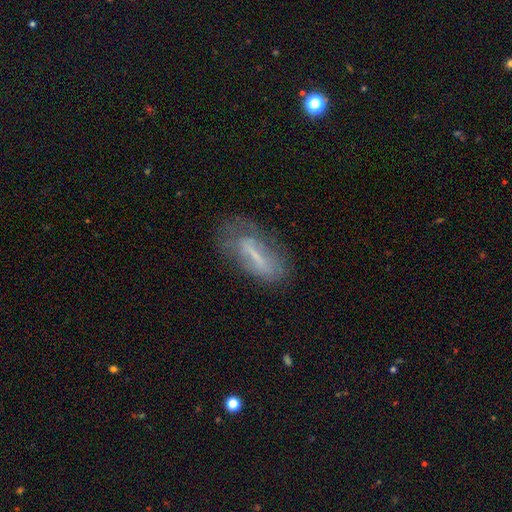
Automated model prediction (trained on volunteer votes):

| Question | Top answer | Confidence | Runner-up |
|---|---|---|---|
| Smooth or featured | featured or disk | 51% | smooth (40%) |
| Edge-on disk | no | 82% | yes (18%) |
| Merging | none | 55% | minor disturbance (25%) |